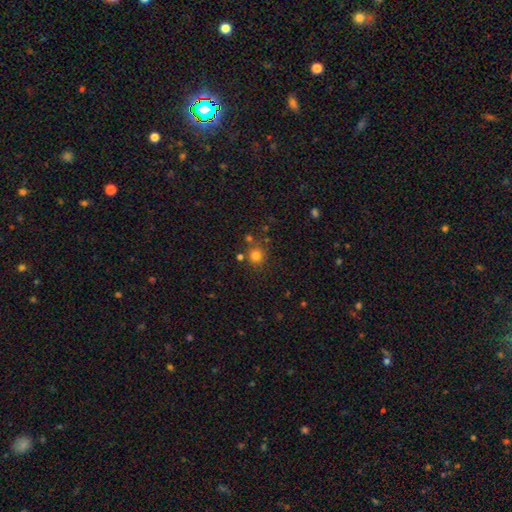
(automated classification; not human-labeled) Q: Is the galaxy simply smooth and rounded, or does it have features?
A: smooth — 78%.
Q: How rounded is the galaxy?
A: round — 90%.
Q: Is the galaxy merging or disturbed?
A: none — 75%.